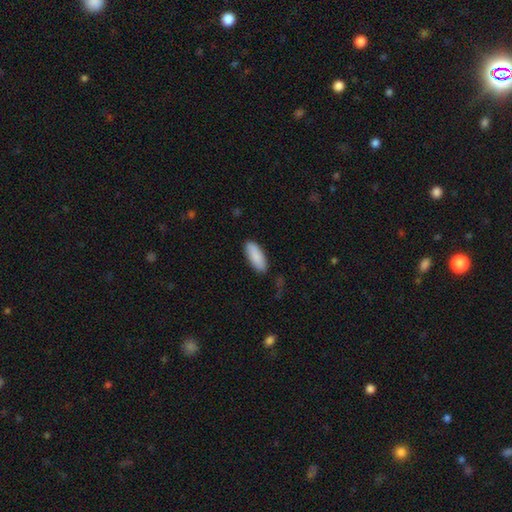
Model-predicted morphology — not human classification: The model was most divided on "how rounded": in between: 73%, cigar-shaped: 26%, round: 2%. More confident: smooth or featured — smooth (89%); merging — none (86%).